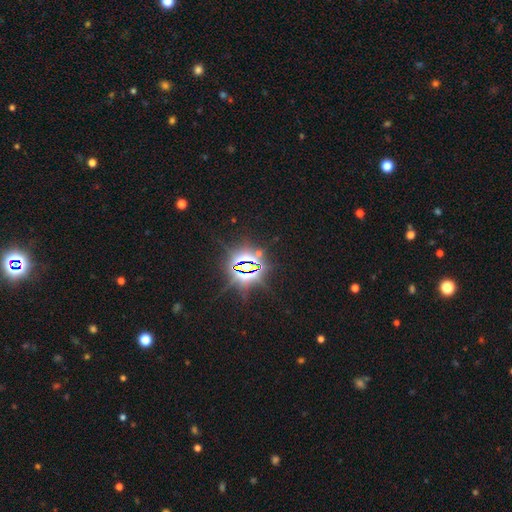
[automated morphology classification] smooth_or_featured: star or artifact (p=0.85) [alt: featured or disk p=0.08]